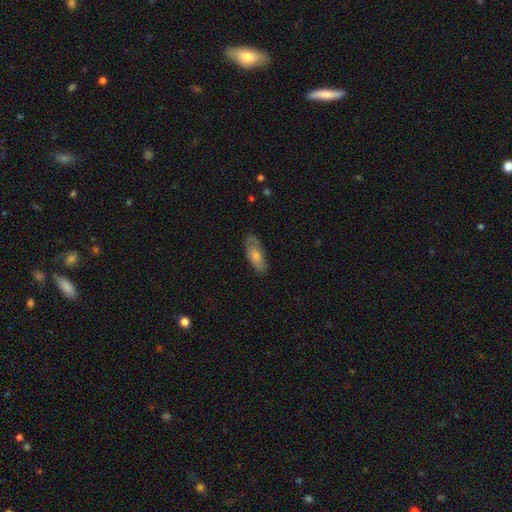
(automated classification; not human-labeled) smooth-or-featured: smooth: 54% | featured or disk: 39% | star or artifact: 7%
  how-rounded: in between: 76% | cigar-shaped: 21% | round: 3%
  merging: none: 74% | minor disturbance: 20% | major disturbance: 5% | merger: 1%